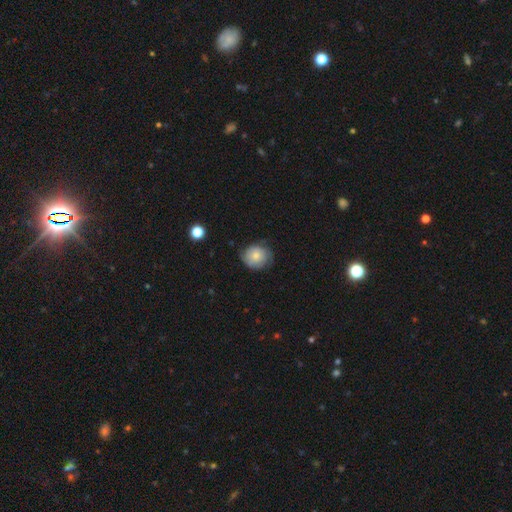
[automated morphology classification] smooth 63%, featured or disk 28%, star or artifact 8%. Down the decision tree: how rounded — round (77%); merging — none (70%).